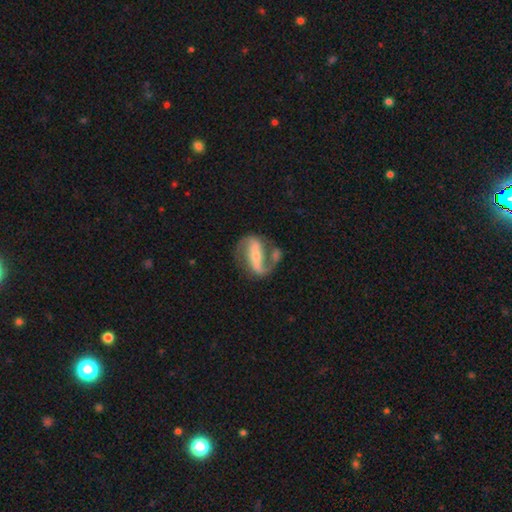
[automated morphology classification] Smooth or featured: featured or disk — 87% (smooth — 8%)
Edge-on disk: no — 95% (yes — 5%)
Bar: strong — 64% (weak — 21%)
Spiral arms: yes — 94% (no — 6%)
Spiral winding: medium — 45% (loose — 38%)
Spiral arm count: 2 — 89% (1 — 5%)
Bulge size: small — 56% (moderate — 35%)
Merging: none — 63% (minor disturbance — 15%)